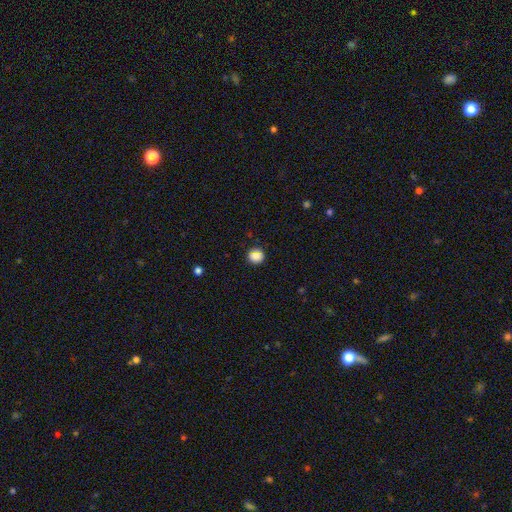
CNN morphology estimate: A smooth galaxy with no disk features (77%) that is round (88%). Merging: none (88%).